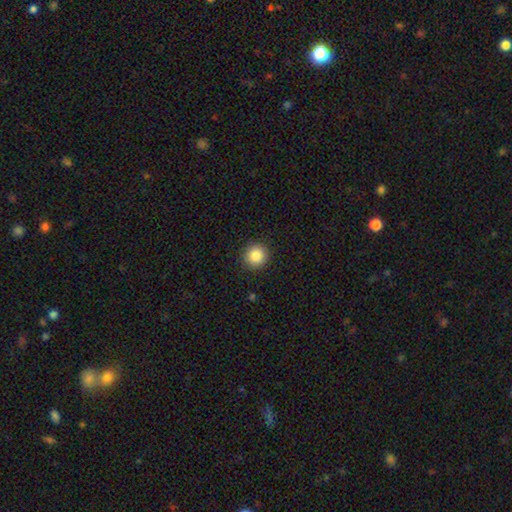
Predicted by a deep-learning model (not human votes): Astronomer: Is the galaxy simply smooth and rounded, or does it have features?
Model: smooth — 86%.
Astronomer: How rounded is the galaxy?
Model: round — 93%.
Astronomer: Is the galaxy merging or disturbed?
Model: none — 92%.